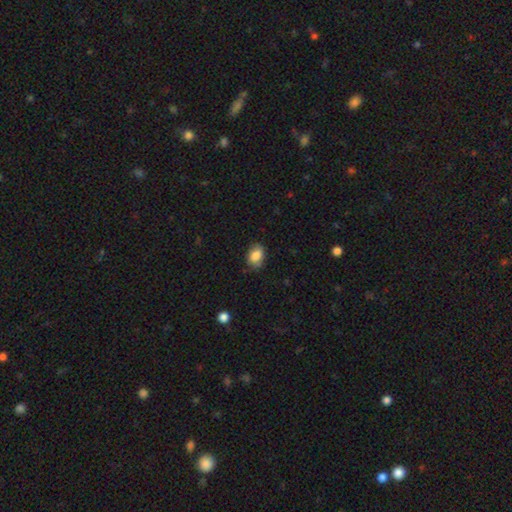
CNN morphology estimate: Smooth or featured: smooth — 85% (star or artifact — 8%)
How rounded: in between — 78% (round — 21%)
Merging: none — 77% (minor disturbance — 18%)